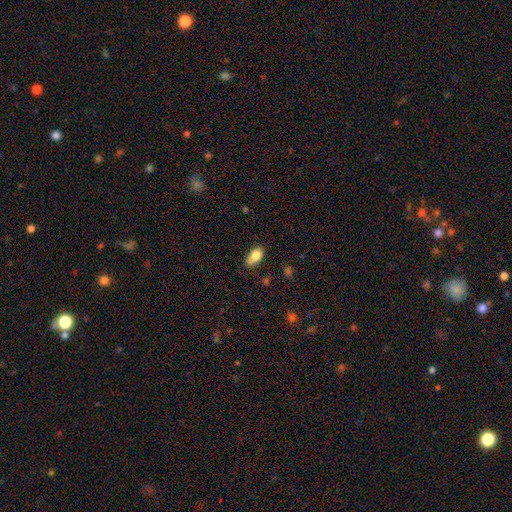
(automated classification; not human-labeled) Smooth or featured?
  - smooth: 82% *
  - featured or disk: 10%
  - star or artifact: 8%
How rounded?
  - in between: 90% *
  - round: 6%
  - cigar-shaped: 4%
Merging?
  - none: 62% *
  - minor disturbance: 29%
  - major disturbance: 6%
  - merger: 3%